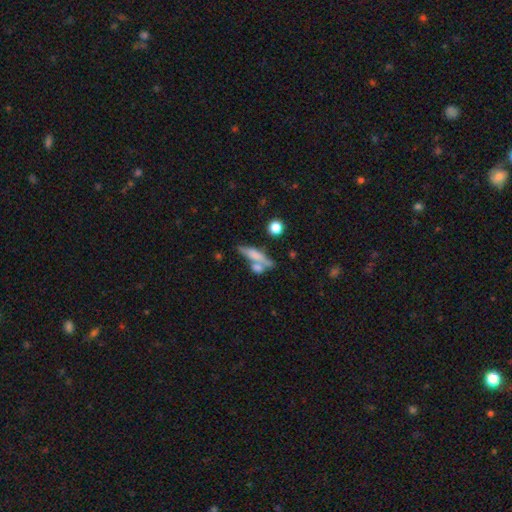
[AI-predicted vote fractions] Overall: smooth (60%; featured or disk 31%). How rounded: cigar-shaped (63%; in between 31%). Merging: none (45%; merger 35%).